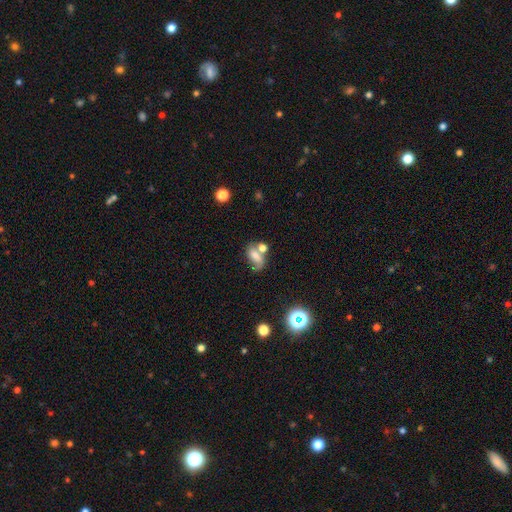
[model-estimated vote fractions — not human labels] Smooth or featured: smooth — 61% (featured or disk — 25%)
How rounded: in between — 80% (round — 15%)
Merging: merger — 34% (none — 33%)